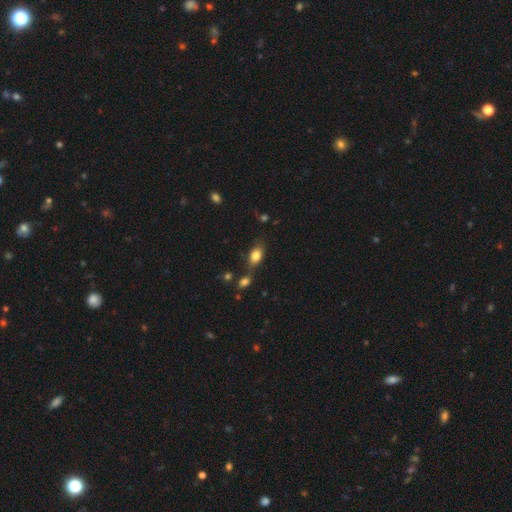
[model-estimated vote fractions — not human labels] Smooth or featured? Predicted: smooth (p=0.82). How rounded? Predicted: in between (p=0.84). Merging? Predicted: none (p=0.65).